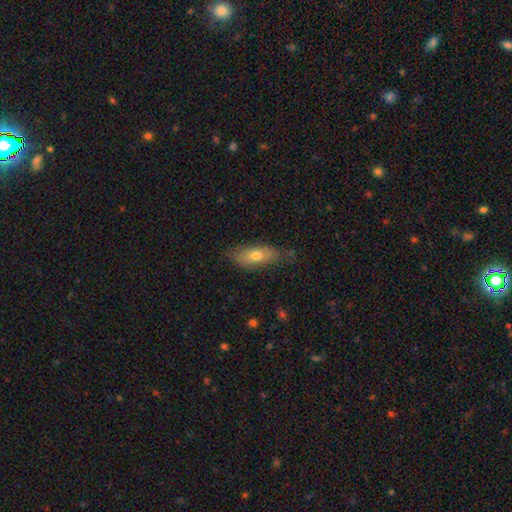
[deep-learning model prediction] The model was most divided on "how rounded": in between: 64%, cigar-shaped: 33%, round: 3%. More confident: merging — none (71%); smooth or featured — smooth (63%).